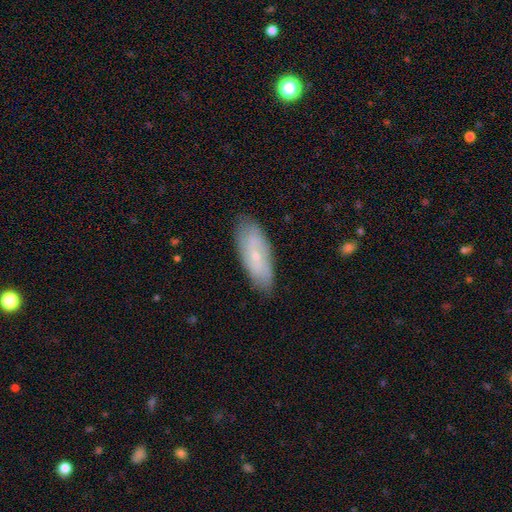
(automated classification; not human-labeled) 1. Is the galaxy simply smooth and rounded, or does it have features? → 50% featured or disk, 42% smooth, 7% star or artifact.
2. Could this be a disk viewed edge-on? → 83% no, 17% yes.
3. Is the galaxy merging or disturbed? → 82% none, 14% minor disturbance, 3% major disturbance, 1% merger.